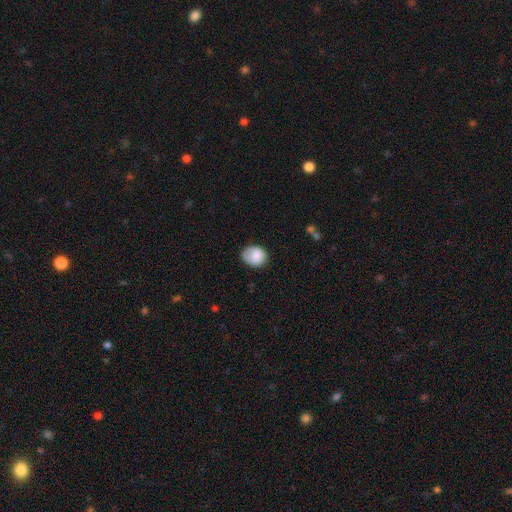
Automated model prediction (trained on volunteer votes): A smooth galaxy with no disk features (83%) that is round (51%). Merging: none (67%).